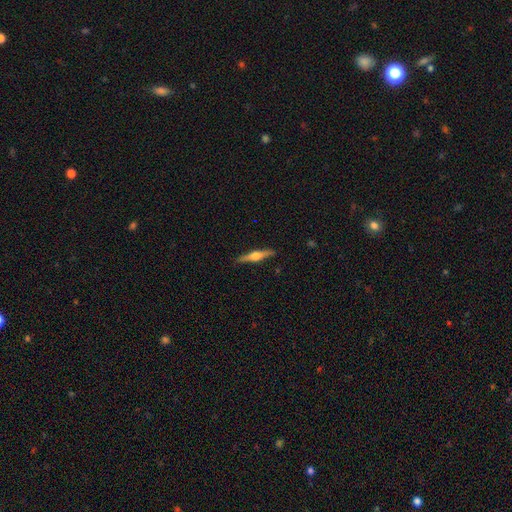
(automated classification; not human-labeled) This appears to be a featured or disk galaxy (71%) viewed edge-on (98%) with a rounded central bulge (93%). Merging: none (90%).